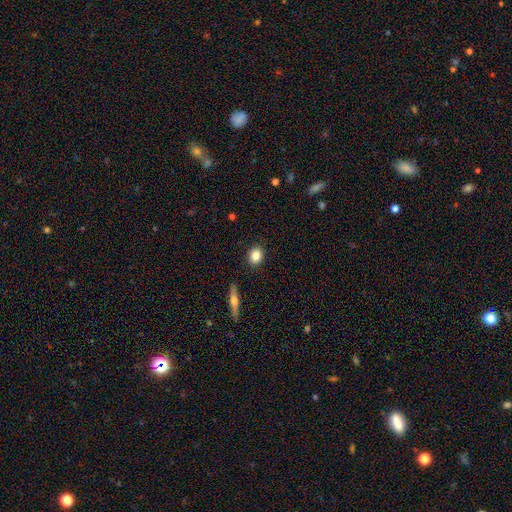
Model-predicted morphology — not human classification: Smooth or featured: smooth — 83% (featured or disk — 9%)
How rounded: round — 54% (in between — 44%)
Merging: none — 89% (minor disturbance — 8%)